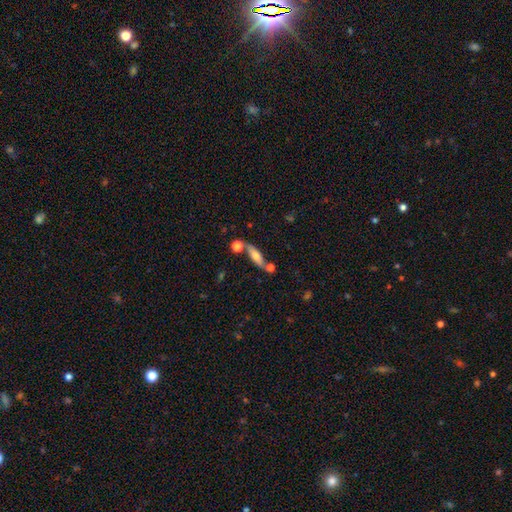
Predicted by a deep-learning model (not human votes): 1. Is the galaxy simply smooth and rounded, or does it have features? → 56% smooth, 37% featured or disk, 8% star or artifact.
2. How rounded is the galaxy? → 59% cigar-shaped, 36% in between, 5% round.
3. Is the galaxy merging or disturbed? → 67% none, 17% merger, 13% minor disturbance, 4% major disturbance.